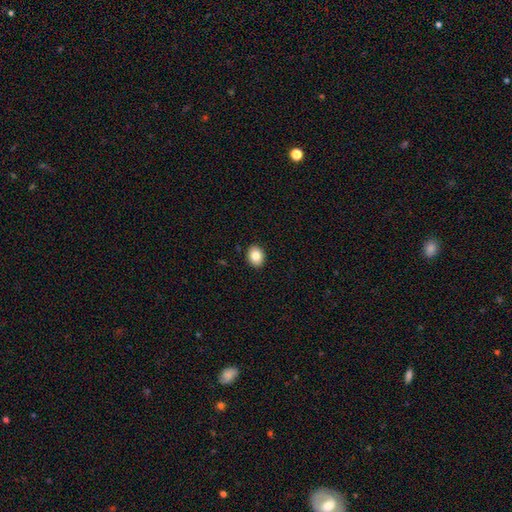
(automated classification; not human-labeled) Morphology: type=smooth (84%); roundness=in between (54%); merging=none (91%).